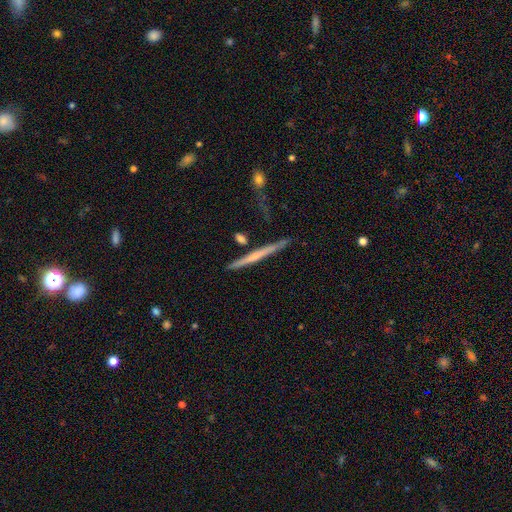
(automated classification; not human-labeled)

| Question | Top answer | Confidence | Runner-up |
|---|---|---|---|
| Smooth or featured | featured or disk | 57% | smooth (38%) |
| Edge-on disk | yes | 97% | no (3%) |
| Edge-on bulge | none | 68% | rounded (25%) |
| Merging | none | 78% | minor disturbance (13%) |